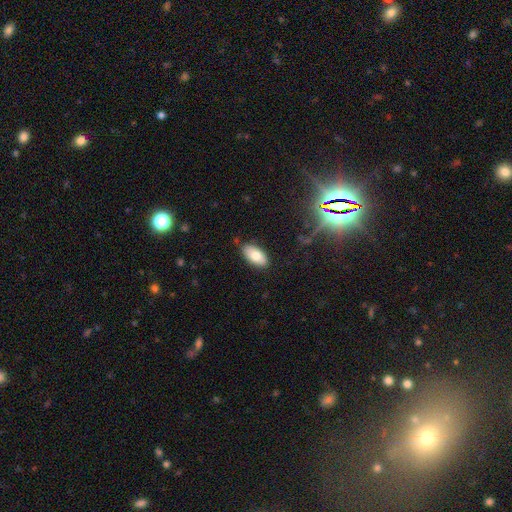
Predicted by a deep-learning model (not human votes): Smooth or featured?
  - smooth: 77% *
  - featured or disk: 15%
  - star or artifact: 8%
How rounded?
  - in between: 93% *
  - cigar-shaped: 4%
  - round: 2%
Merging?
  - none: 84% *
  - minor disturbance: 12%
  - major disturbance: 2%
  - merger: 1%